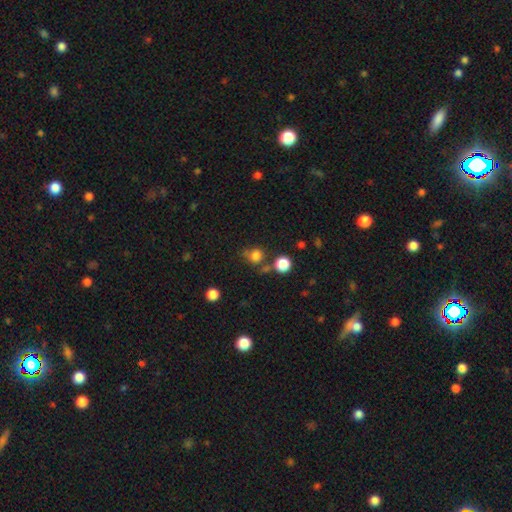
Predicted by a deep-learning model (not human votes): Smooth or featured: smooth — 78% (star or artifact — 15%)
How rounded: round — 84% (in between — 15%)
Merging: none — 62% (minor disturbance — 16%)